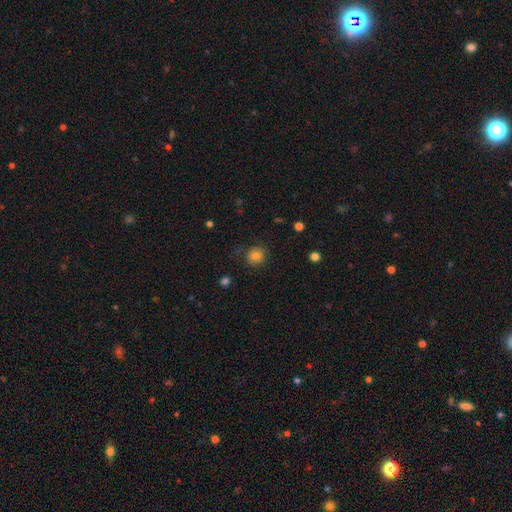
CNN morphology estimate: smooth 81%, star or artifact 12%, featured or disk 7%. Down the decision tree: how rounded — round (87%); merging — none (83%).